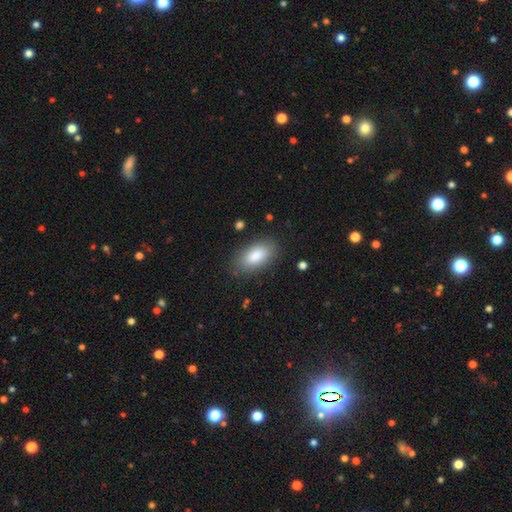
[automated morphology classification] type=smooth (85%); roundness=in between (93%); merging=none (84%).